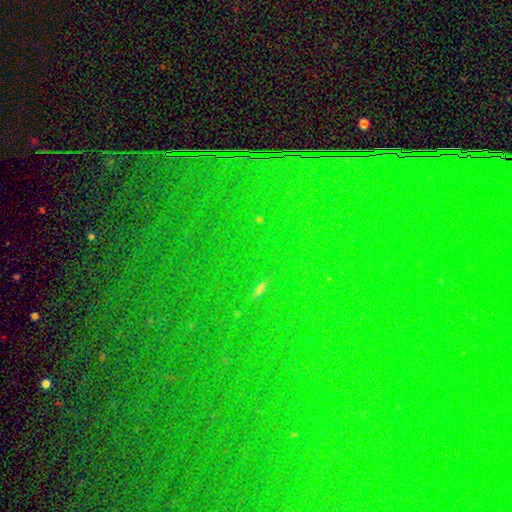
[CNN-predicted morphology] Smooth or featured: star or artifact — 87% (smooth — 7%)